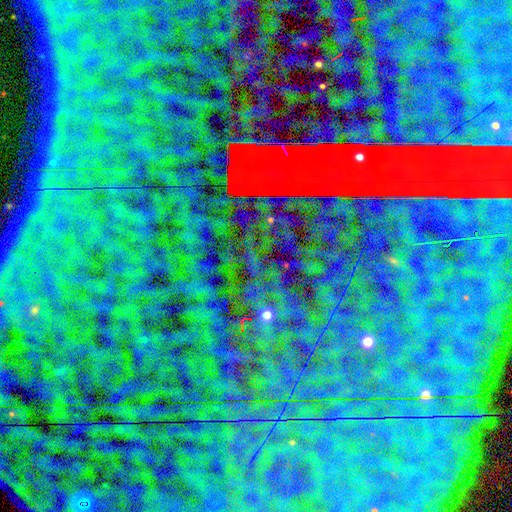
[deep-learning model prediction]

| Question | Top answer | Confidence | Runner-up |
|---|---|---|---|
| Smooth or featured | star or artifact | 86% | featured or disk (7%) |